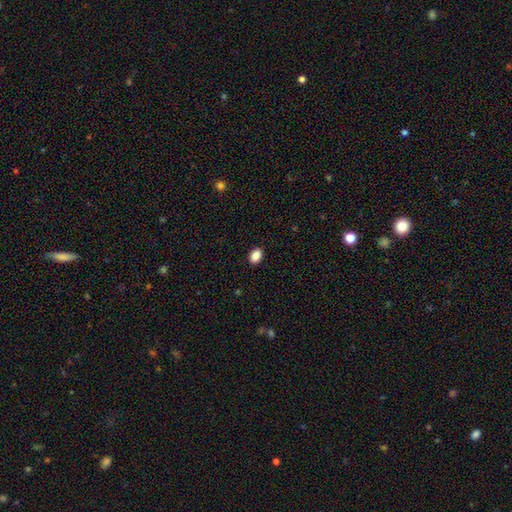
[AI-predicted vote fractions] A smooth galaxy with no disk features (89%) that is in between round and cigar-shaped (82%). Merging: none (90%).